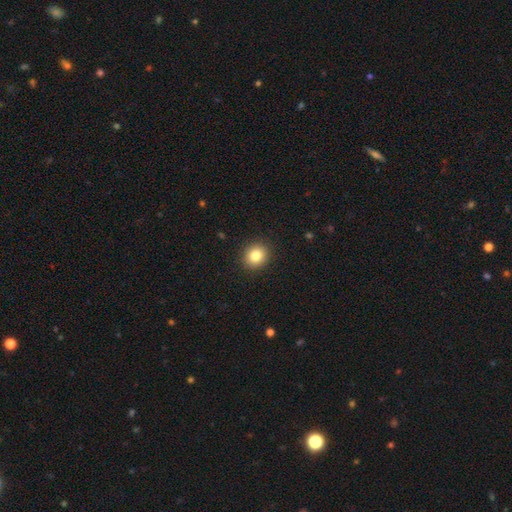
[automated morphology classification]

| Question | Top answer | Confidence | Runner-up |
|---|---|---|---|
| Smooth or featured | smooth | 83% | star or artifact (10%) |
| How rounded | round | 77% | in between (22%) |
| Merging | none | 91% | minor disturbance (6%) |